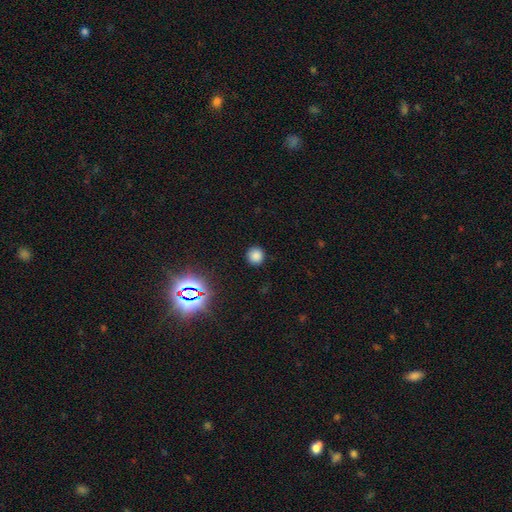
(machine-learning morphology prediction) smooth_or_featured: smooth (p=0.80) [alt: star or artifact p=0.16]
how_rounded: round (p=0.92) [alt: in between p=0.07]
merging: none (p=0.90) [alt: minor disturbance p=0.06]